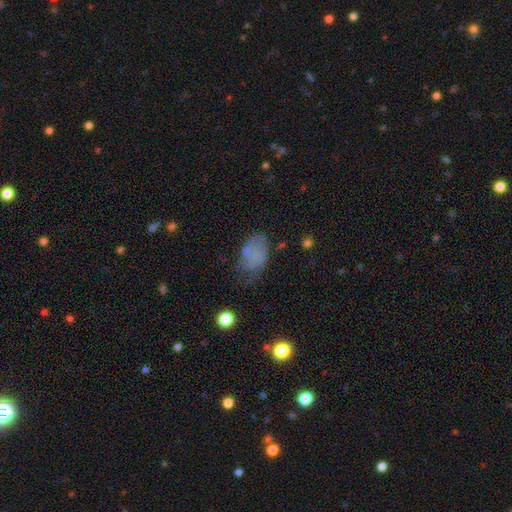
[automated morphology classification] type=smooth (60%); roundness=in between (88%); merging=none (44%).